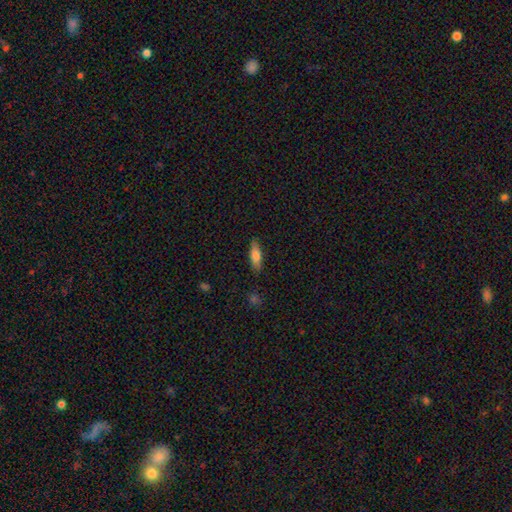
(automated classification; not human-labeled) This appears to be a smooth galaxy with no disk features (75%) that is cigar-shaped (49%, tied with in between). Merging: none (85%).